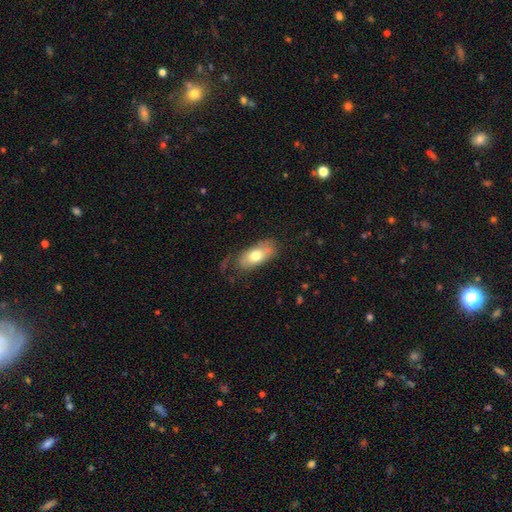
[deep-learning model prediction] Overall: smooth (66%; featured or disk 27%). How rounded: in between (87%). Merging: none (61%; minor disturbance 26%).